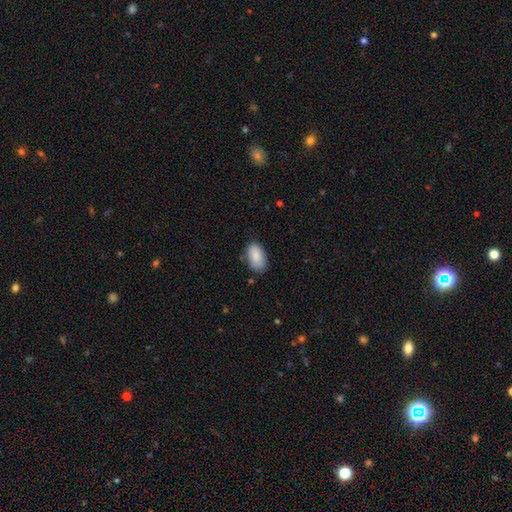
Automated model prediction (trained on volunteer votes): smooth_or_featured: smooth (p=0.87) [alt: star or artifact p=0.07]
how_rounded: in between (p=0.93) [alt: round p=0.05]
merging: none (p=0.72) [alt: minor disturbance p=0.22]